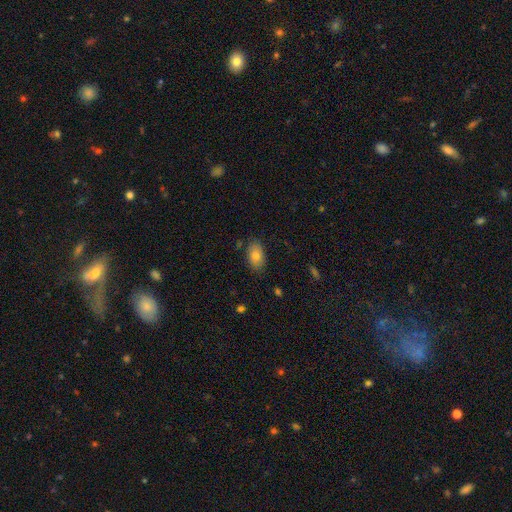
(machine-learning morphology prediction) type=smooth (81%); roundness=in between (91%); merging=none (82%).